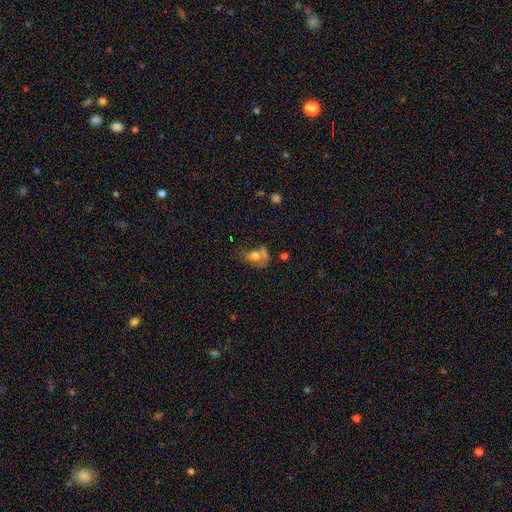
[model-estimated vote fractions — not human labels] Smooth or featured: smooth — 59% (featured or disk — 27%)
How rounded: in between — 66% (round — 31%)
Merging: merger — 28% (major disturbance — 27%)